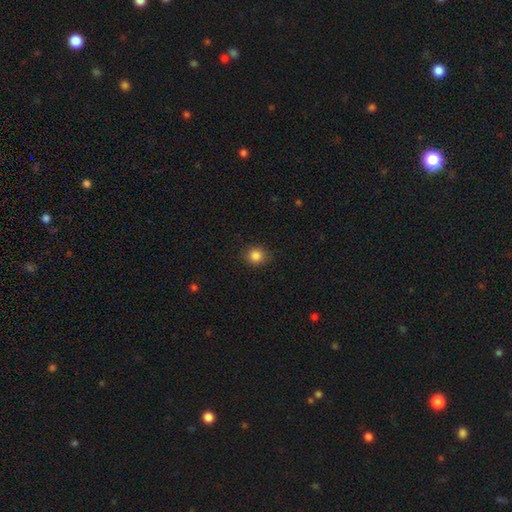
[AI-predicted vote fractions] smooth 85%, star or artifact 11%, featured or disk 4%. Down the decision tree: how rounded — round (89%); merging — none (89%).